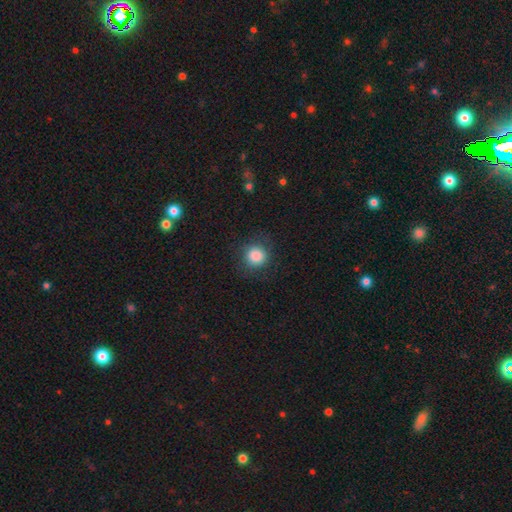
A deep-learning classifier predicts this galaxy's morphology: smooth 86%, star or artifact 10%, featured or disk 5%. Down the decision tree: how rounded — round (90%); merging — none (84%).